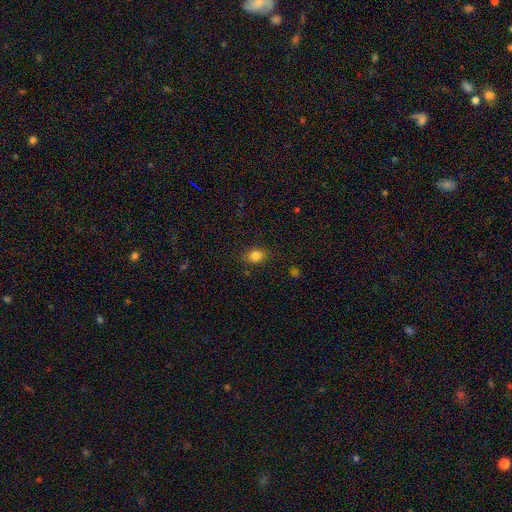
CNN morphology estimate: type=smooth (82%); roundness=round (53%); merging=none (84%).